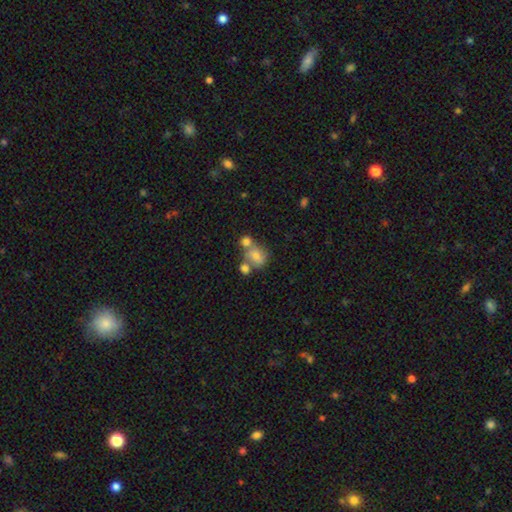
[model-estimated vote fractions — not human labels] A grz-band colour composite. It shows a smooth galaxy with no disk features (65%) that is round (54%). Merging: none (40%, tied with merger).